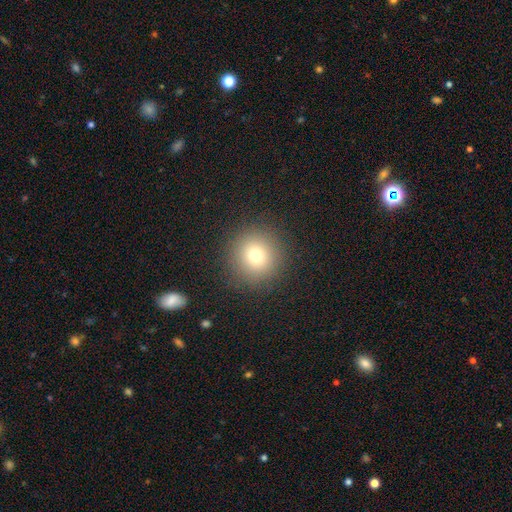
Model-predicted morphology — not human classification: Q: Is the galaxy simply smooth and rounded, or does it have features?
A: smooth — 75%.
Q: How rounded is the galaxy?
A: round — 94%.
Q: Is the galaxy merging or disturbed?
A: none — 90%.